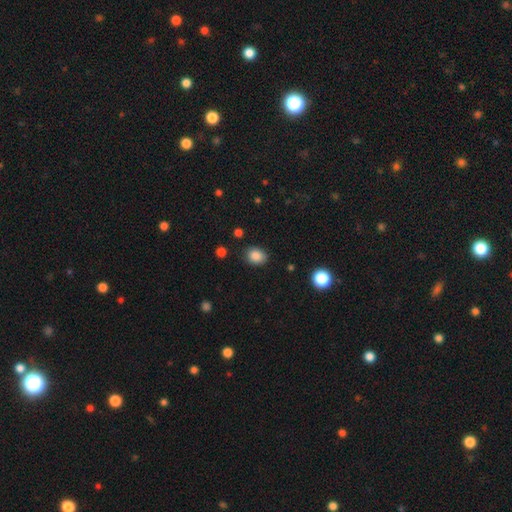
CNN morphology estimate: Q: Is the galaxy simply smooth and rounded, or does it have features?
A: smooth — 86%.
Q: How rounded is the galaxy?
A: in between — 56%.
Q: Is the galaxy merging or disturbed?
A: none — 84%.